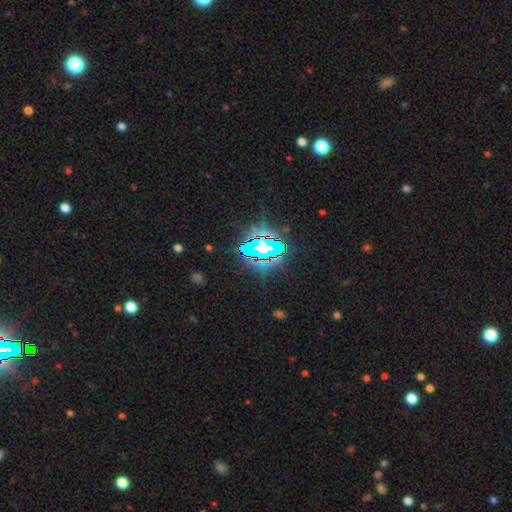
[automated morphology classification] This appears to be a star or artifact, not a galaxy (78%).